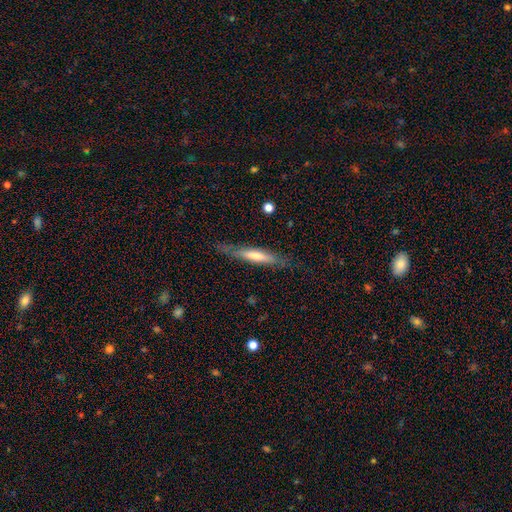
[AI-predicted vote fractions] A featured or disk galaxy (52%) viewed edge-on (87%).

Vote fractions:
- Smooth or featured? featured or disk: 52% / smooth: 41% / star or artifact: 6%
- Edge-on disk? yes: 87% / no: 13%
- Merging? none: 78% / minor disturbance: 16% / major disturbance: 5% / merger: 1%